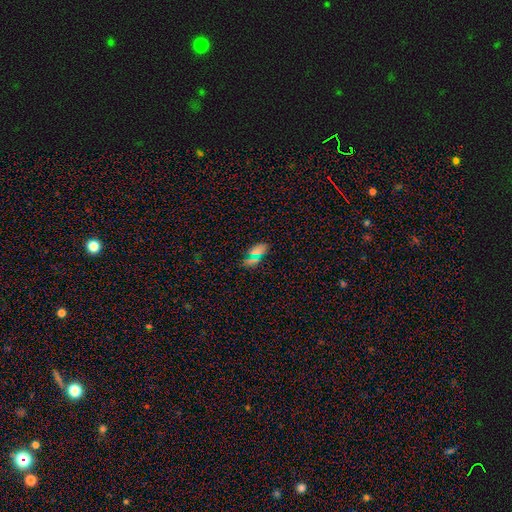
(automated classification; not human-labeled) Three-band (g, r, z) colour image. It shows a smooth galaxy with no disk features (68%) that is in between round and cigar-shaped (85%). Merging: none (79%).